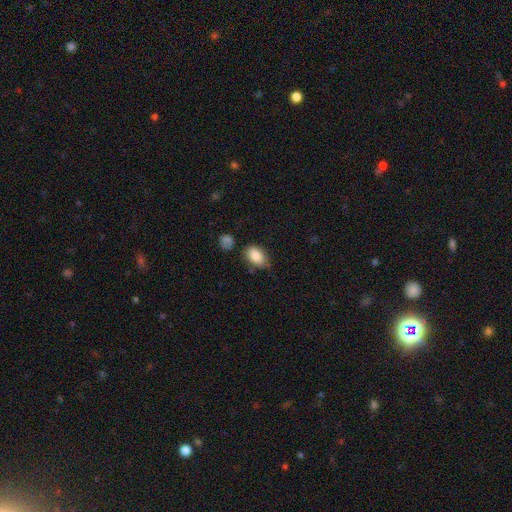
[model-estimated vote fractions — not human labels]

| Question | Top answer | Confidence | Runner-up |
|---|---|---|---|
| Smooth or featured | smooth | 86% | featured or disk (7%) |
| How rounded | in between | 87% | round (11%) |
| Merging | none | 64% | minor disturbance (27%) |